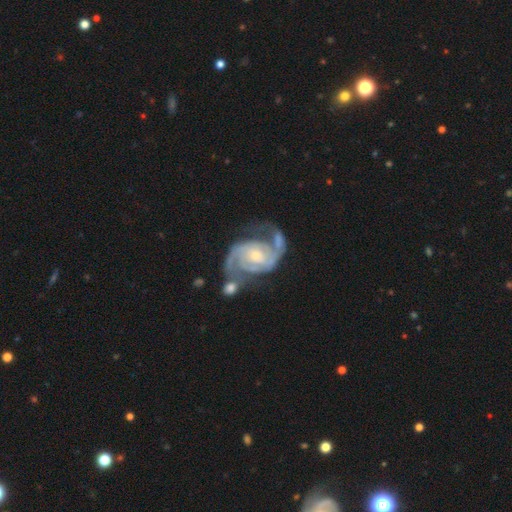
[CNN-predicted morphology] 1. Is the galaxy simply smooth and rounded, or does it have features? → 92% featured or disk, 4% star or artifact, 4% smooth.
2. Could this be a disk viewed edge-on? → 98% no, 2% yes.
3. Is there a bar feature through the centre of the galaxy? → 58% no, 33% weak, 10% strong.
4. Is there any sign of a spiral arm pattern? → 98% yes, 2% no.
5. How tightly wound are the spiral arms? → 49% medium, 38% tight, 13% loose.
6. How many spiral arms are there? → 87% 2, 5% 3, 3% can't tell, 2% 1, 2% 4, 2% more than 4.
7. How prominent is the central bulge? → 56% small, 37% moderate, 3% none, 3% large, 1% dominant.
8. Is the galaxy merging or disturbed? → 50% none, 20% minor disturbance, 16% merger, 13% major disturbance.